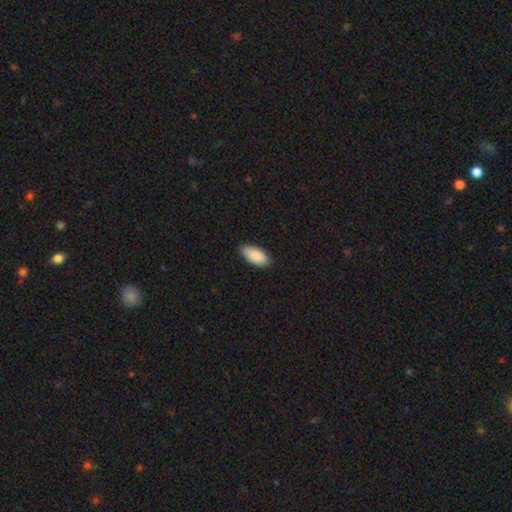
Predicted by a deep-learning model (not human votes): Smooth or featured? smooth (90%)
How rounded? in between (91%)
Merging? none (85%)